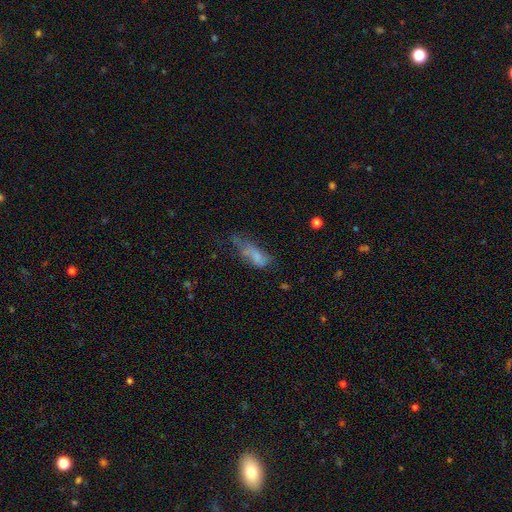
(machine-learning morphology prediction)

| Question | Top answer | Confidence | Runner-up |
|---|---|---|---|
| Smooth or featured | smooth | 62% | featured or disk (26%) |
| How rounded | in between | 71% | cigar-shaped (26%) |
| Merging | major disturbance | 38% | minor disturbance (29%) |